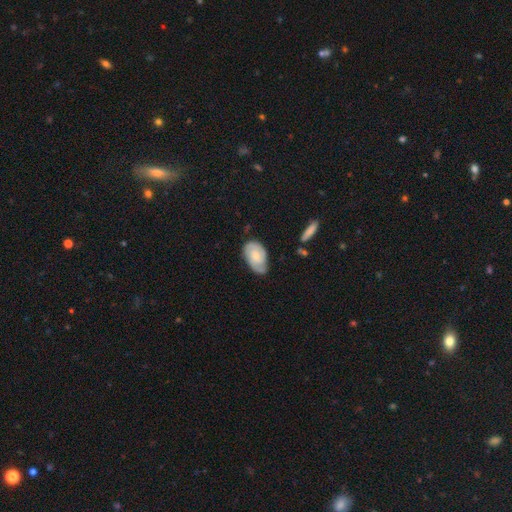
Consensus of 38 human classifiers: Volunteers were most divided on "bulge size": moderate: 41%, small: 35%, none: 24%, dominant: 0%, large: 0%. More confident: spiral arms — yes (94%); edge-on disk — no (85%); bar — no (76%); spiral arm count — 2 (75%); spiral winding — tight (56%); smooth or featured — featured or disk (53%); merging — none (50%).